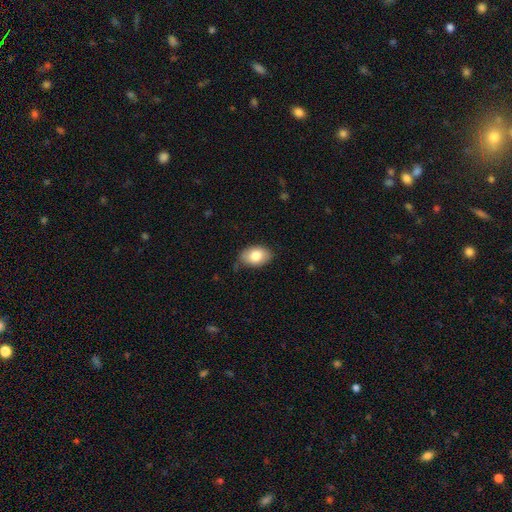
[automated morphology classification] Q: Smooth or featured?
A: smooth (82%); runner-up: featured or disk (12%)
Q: How rounded?
A: in between (88%); runner-up: round (11%)
Q: Merging?
A: none (78%); runner-up: minor disturbance (18%)